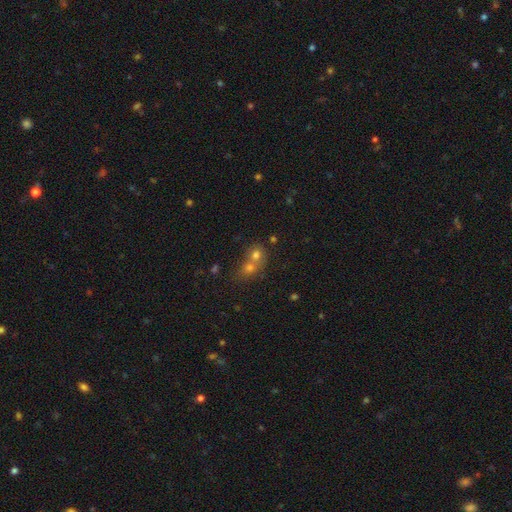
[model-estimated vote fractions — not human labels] A smooth galaxy with no disk features (66%) that is round (74%).

Vote fractions:
- Smooth or featured? smooth: 66% / star or artifact: 18% / featured or disk: 16%
- How rounded? round: 74% / in between: 24% / cigar-shaped: 1%
- Merging? merger: 66% / none: 27% / minor disturbance: 5% / major disturbance: 2%